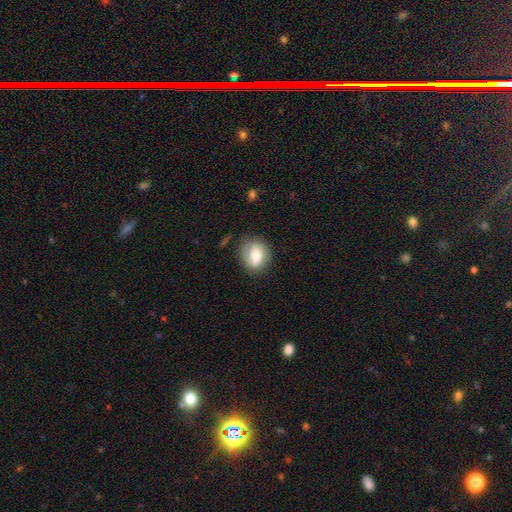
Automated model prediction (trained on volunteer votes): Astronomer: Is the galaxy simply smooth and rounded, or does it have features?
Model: smooth — 53% (runner-up: featured or disk, 40%).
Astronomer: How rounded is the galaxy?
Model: round — 58% (runner-up: in between, 41%).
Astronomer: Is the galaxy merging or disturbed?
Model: none — 67%.